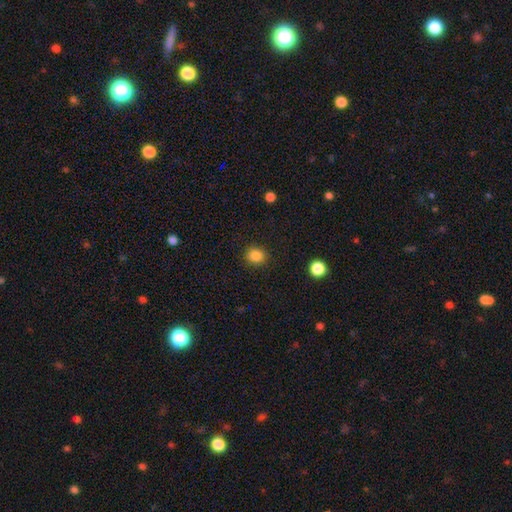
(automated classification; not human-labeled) A smooth galaxy with no disk features (84%) that is round (81%).

Vote fractions:
- Smooth or featured? smooth: 84% / star or artifact: 11% / featured or disk: 5%
- How rounded? round: 81% / in between: 18% / cigar-shaped: 1%
- Merging? none: 90% / minor disturbance: 7% / major disturbance: 2% / merger: 1%